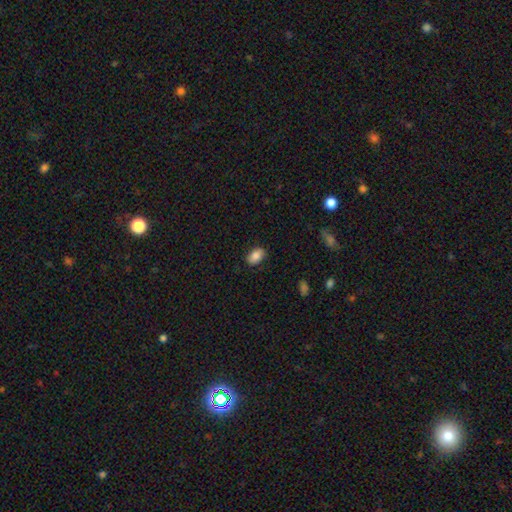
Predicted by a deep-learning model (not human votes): Overall: smooth (86%). How rounded: in between (89%). Merging: none (86%).